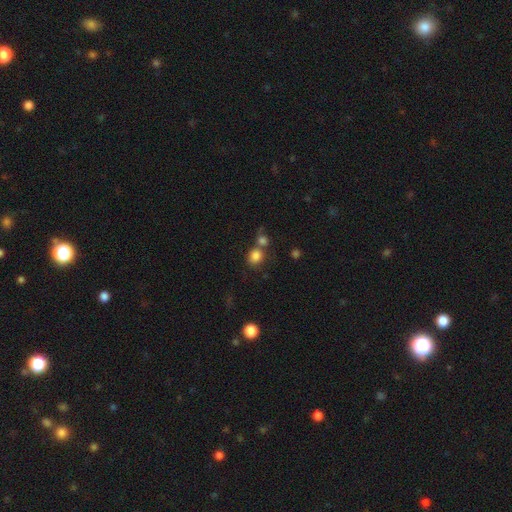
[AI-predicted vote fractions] Smooth or featured?
  - smooth: 82% *
  - star or artifact: 12%
  - featured or disk: 6%
How rounded?
  - round: 72% *
  - in between: 27%
  - cigar-shaped: 1%
Merging?
  - none: 53% *
  - merger: 33%
  - minor disturbance: 10%
  - major disturbance: 4%